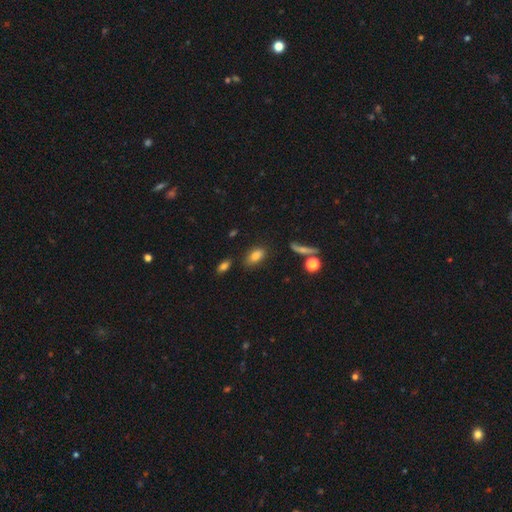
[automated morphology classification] This is clearly a smooth galaxy (81%). How rounded: clearly in between (88%). Merging: likely none (71%).